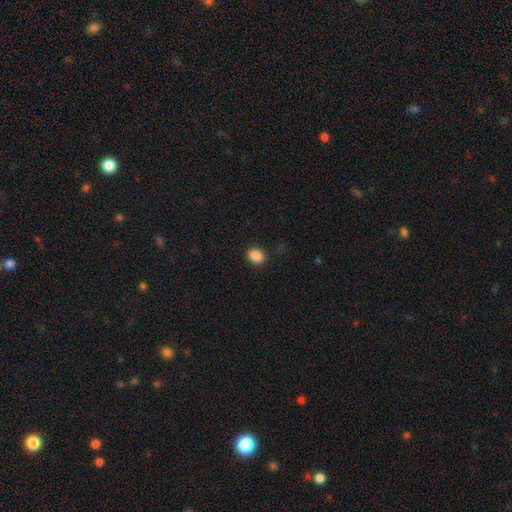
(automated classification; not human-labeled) Smooth or featured? Predicted: smooth (p=0.88). How rounded? Predicted: round (p=0.50). Merging? Predicted: none (p=0.89).